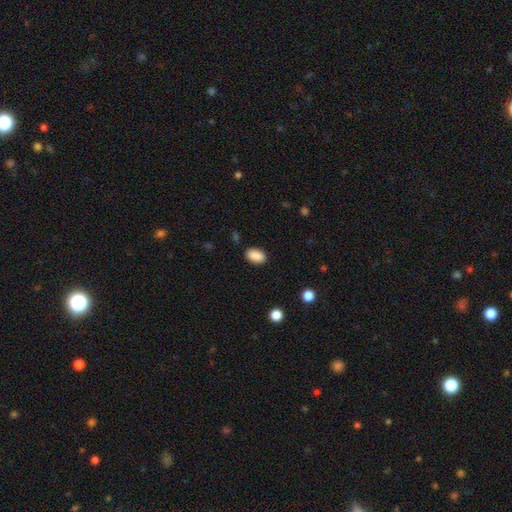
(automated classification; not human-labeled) Smooth or featured?
  - smooth: 90% *
  - star or artifact: 8%
  - featured or disk: 3%
How rounded?
  - in between: 91% *
  - round: 7%
  - cigar-shaped: 2%
Merging?
  - none: 88% *
  - minor disturbance: 9%
  - major disturbance: 2%
  - merger: 1%